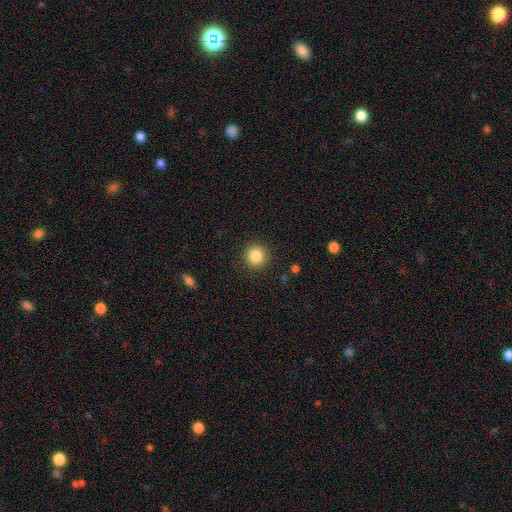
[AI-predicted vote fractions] Smooth or featured: smooth — 85% (star or artifact — 10%)
How rounded: round — 94% (in between — 5%)
Merging: none — 91% (minor disturbance — 6%)